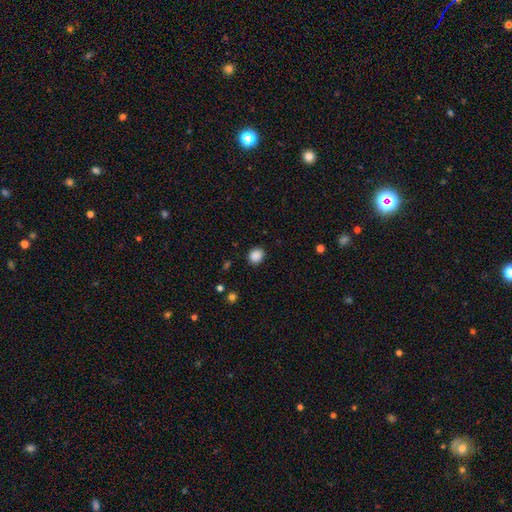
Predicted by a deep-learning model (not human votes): Overall: smooth (88%). How rounded: round (65%; in between 34%). Merging: none (88%).